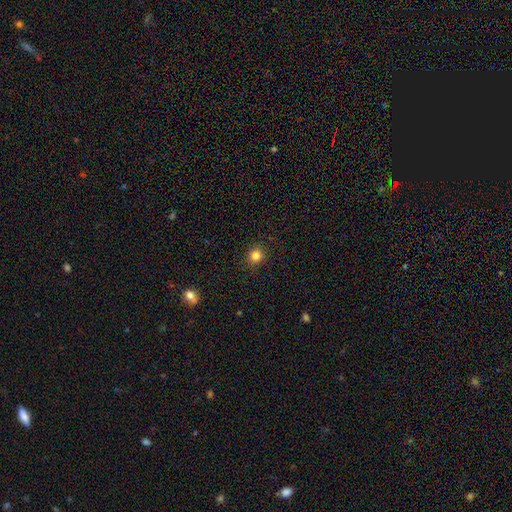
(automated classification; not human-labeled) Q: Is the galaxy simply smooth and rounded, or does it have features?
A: smooth — 83%.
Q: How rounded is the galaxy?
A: round — 87%.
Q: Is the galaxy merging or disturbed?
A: none — 91%.